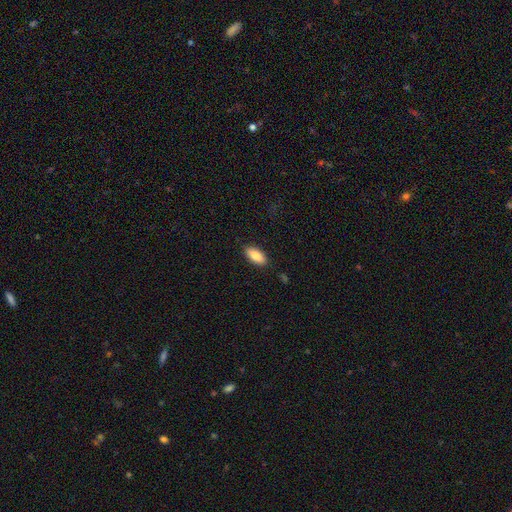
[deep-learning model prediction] This appears to be a smooth galaxy with no disk features (87%) that is in between round and cigar-shaped (88%). Merging: none (88%).